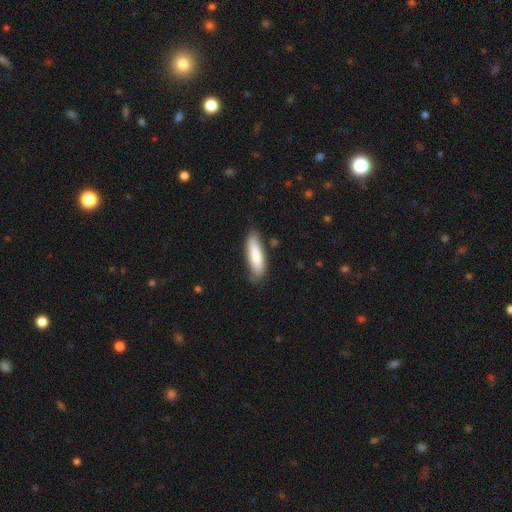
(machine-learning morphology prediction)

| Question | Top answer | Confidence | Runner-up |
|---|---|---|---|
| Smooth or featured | smooth | 81% | featured or disk (14%) |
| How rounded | cigar-shaped | 66% | in between (33%) |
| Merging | none | 76% | minor disturbance (18%) |